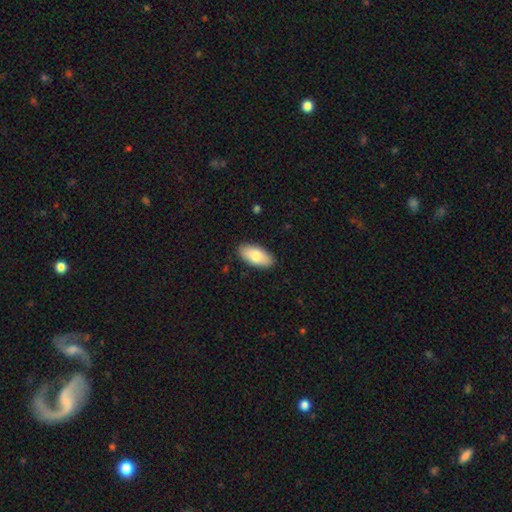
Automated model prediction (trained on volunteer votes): smooth 82%, featured or disk 12%, star or artifact 6%. Down the decision tree: how rounded — in between (91%); merging — none (88%).